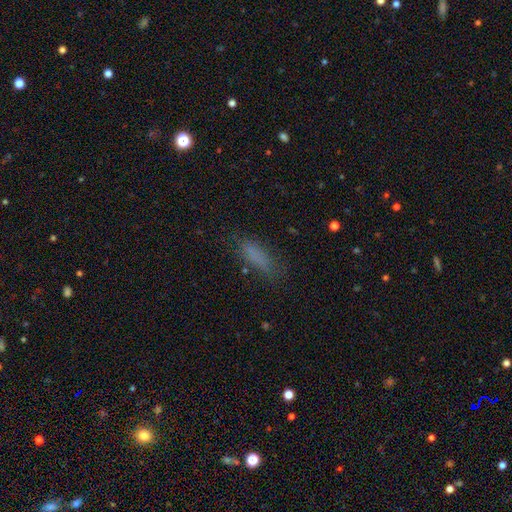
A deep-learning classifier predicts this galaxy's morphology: type=smooth (77%); roundness=cigar-shaped (49%); merging=none (72%).